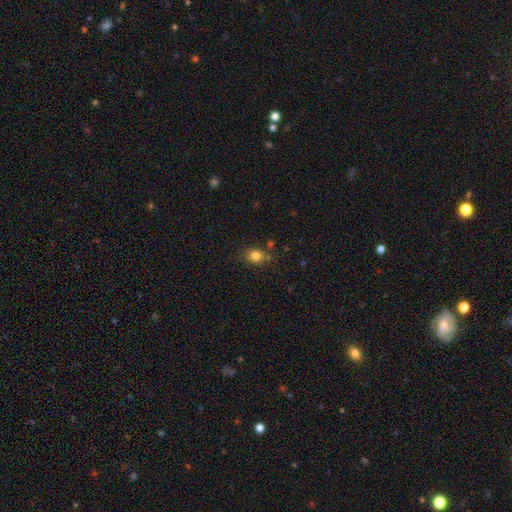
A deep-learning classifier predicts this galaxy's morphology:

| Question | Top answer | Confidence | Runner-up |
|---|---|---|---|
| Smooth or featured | smooth | 82% | star or artifact (12%) |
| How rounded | round | 65% | in between (34%) |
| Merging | none | 75% | minor disturbance (13%) |